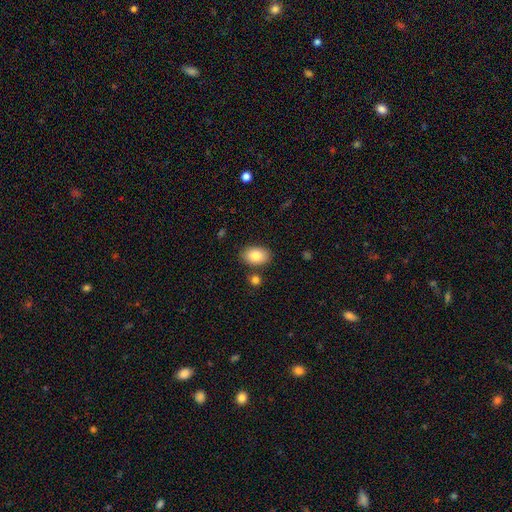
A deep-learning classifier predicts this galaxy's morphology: A smooth galaxy with no disk features (84%) that is in between round and cigar-shaped (87%).

Vote fractions:
- Smooth or featured? smooth: 84% / featured or disk: 9% / star or artifact: 7%
- How rounded? in between: 87% / round: 12% / cigar-shaped: 1%
- Merging? none: 83% / minor disturbance: 10% / merger: 4% / major disturbance: 2%